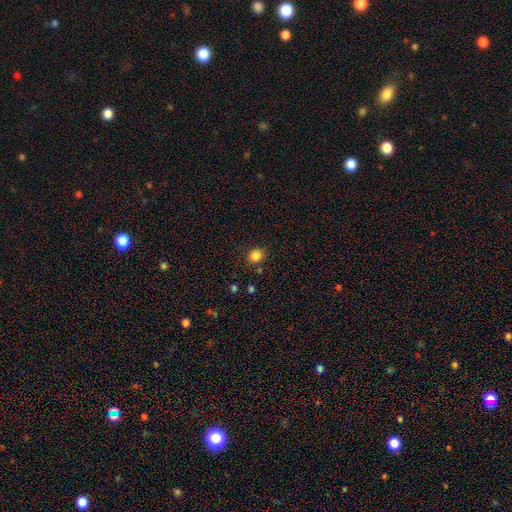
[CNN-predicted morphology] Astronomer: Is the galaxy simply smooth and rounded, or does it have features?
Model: smooth — 84%.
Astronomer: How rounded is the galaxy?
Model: round — 85%.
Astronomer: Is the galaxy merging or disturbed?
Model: none — 85%.